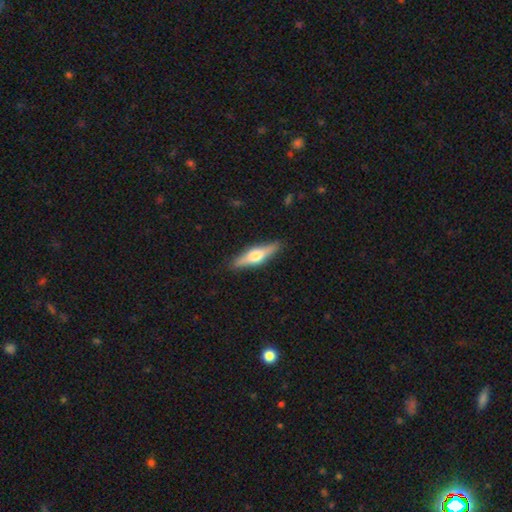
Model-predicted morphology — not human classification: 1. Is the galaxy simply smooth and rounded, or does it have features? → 58% featured or disk, 36% smooth, 6% star or artifact.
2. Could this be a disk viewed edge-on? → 95% yes, 5% no.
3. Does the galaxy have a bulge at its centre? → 93% rounded, 5% boxy, 2% none.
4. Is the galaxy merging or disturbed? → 89% none, 8% minor disturbance, 2% major disturbance, 1% merger.